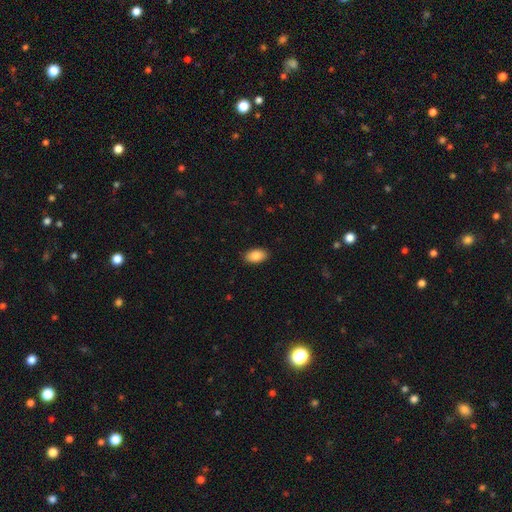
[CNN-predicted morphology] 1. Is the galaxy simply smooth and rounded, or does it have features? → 87% smooth, 7% star or artifact, 6% featured or disk.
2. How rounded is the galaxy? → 94% in between, 4% round, 2% cigar-shaped.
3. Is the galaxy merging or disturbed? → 89% none, 8% minor disturbance, 2% major disturbance, 1% merger.